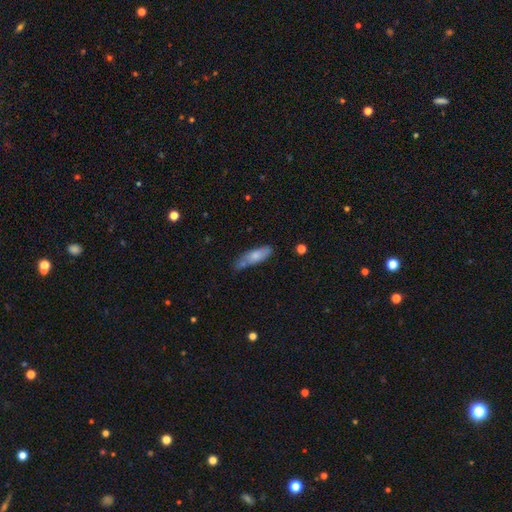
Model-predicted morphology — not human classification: Overall: smooth (74%). How rounded: cigar-shaped (50%; in between 48%). Merging: none (56%; minor disturbance 27%).